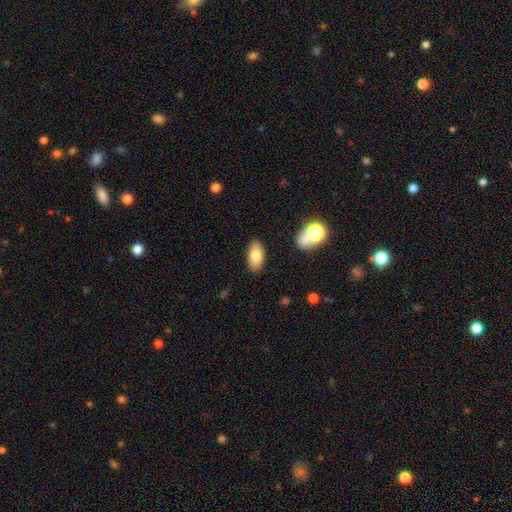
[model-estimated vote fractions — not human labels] Smooth or featured? Predicted: smooth (p=0.80). How rounded? Predicted: in between (p=0.93). Merging? Predicted: none (p=0.86).